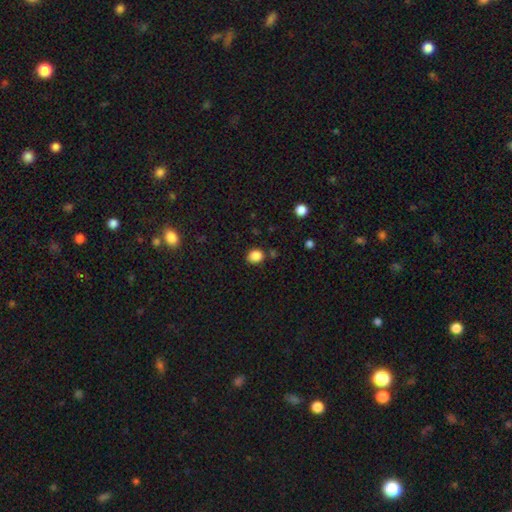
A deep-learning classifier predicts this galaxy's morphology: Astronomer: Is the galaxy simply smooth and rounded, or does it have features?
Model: smooth — 86%.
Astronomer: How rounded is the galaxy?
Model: round — 65%.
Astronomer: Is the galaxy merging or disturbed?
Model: none — 80%.